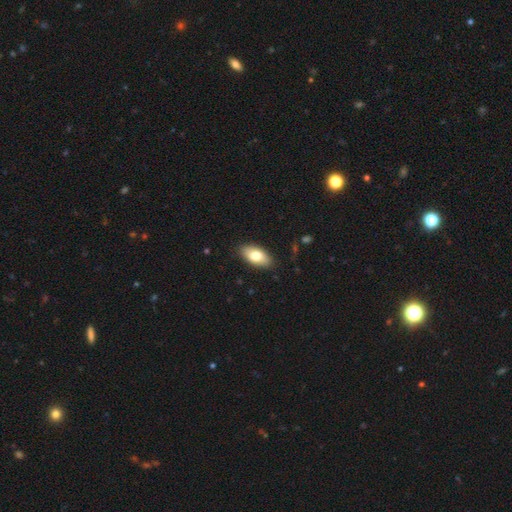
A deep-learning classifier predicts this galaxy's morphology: The model was most divided on "smooth or featured": smooth: 76%, featured or disk: 18%, star or artifact: 6%. More confident: how rounded — in between (91%); merging — none (88%).